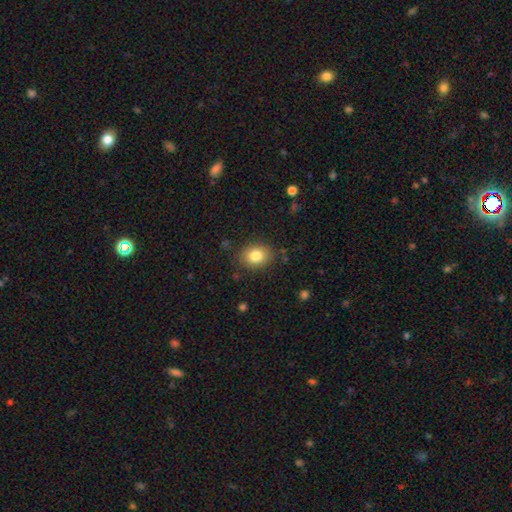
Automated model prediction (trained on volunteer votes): Overall: smooth (82%). How rounded: round (54%; in between 45%). Merging: none (86%).